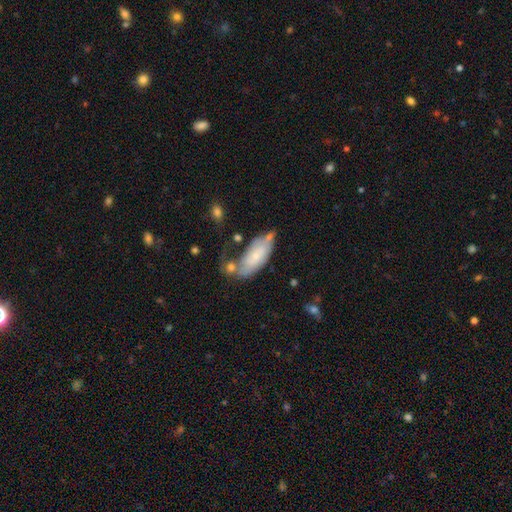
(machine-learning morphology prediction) Overall: smooth (60%; featured or disk 33%). How rounded: in between (81%). Merging: none (39%; minor disturbance 27%).